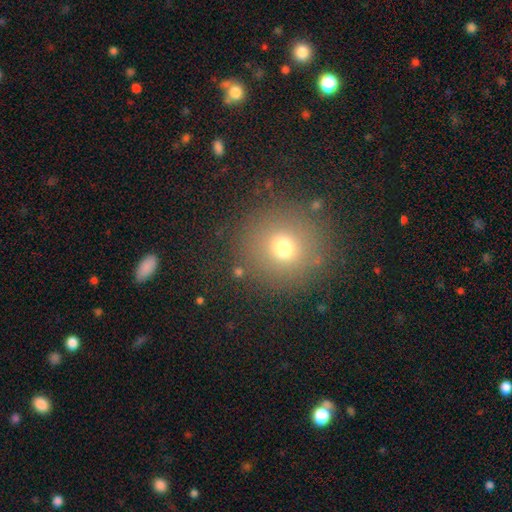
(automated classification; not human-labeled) Q: Smooth or featured?
A: smooth (68%); runner-up: star or artifact (23%)
Q: How rounded?
A: round (93%); runner-up: in between (6%)
Q: Merging?
A: none (90%); runner-up: minor disturbance (6%)